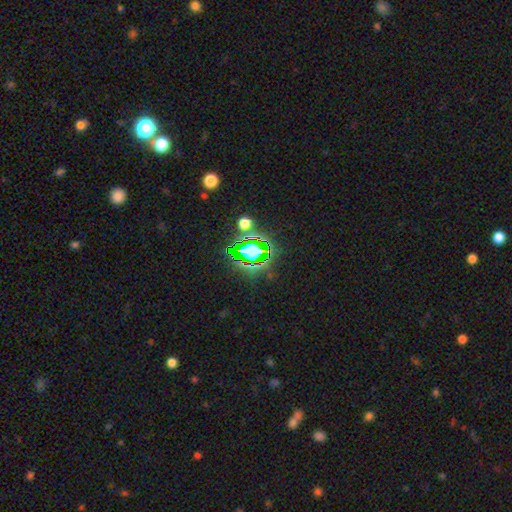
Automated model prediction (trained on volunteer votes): Q: Smooth or featured?
A: star or artifact (68%); runner-up: smooth (21%)